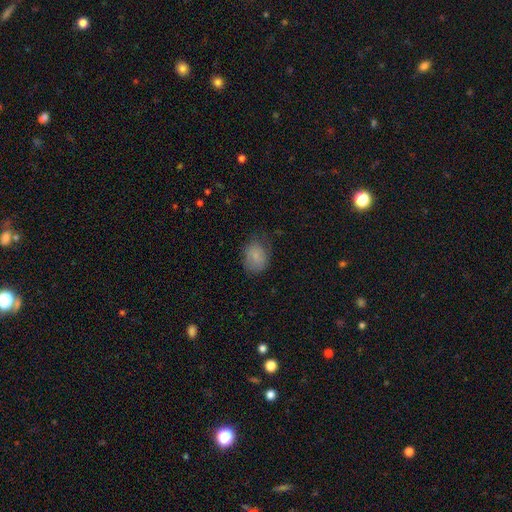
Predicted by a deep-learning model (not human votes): Smooth or featured? Predicted: smooth (p=0.78). How rounded? Predicted: in between (p=0.58). Merging? Predicted: none (p=0.62).